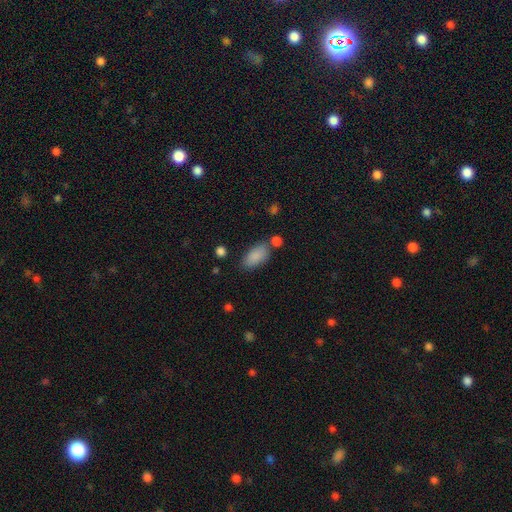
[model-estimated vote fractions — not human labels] Smooth or featured?
  - smooth: 88% *
  - star or artifact: 7%
  - featured or disk: 5%
How rounded?
  - in between: 92% *
  - cigar-shaped: 4%
  - round: 3%
Merging?
  - none: 68% *
  - minor disturbance: 16%
  - merger: 10%
  - major disturbance: 5%